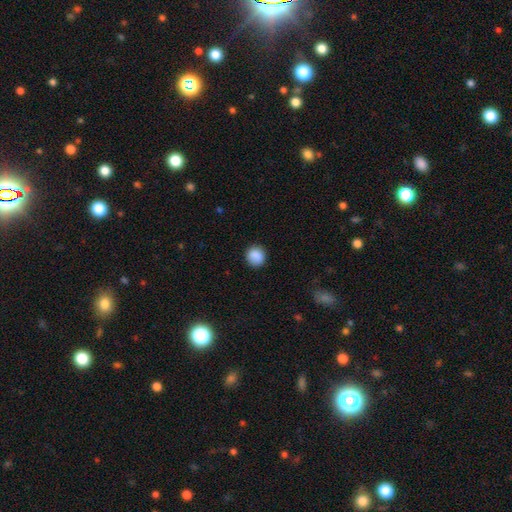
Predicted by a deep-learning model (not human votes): Smooth or featured? Predicted: smooth (p=0.88). How rounded? Predicted: round (p=0.83). Merging? Predicted: none (p=0.86).